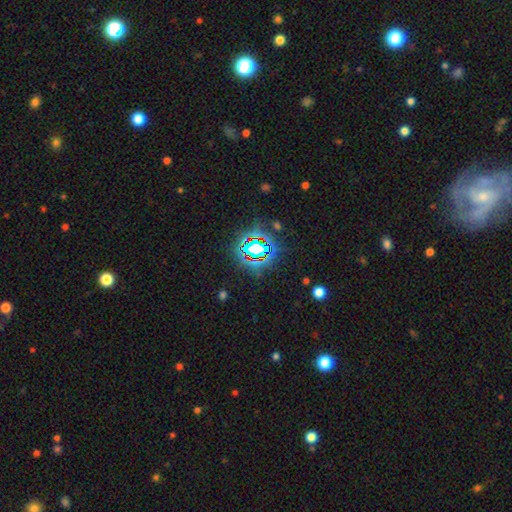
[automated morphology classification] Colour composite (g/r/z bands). It shows a star or artifact, not a galaxy (80%).